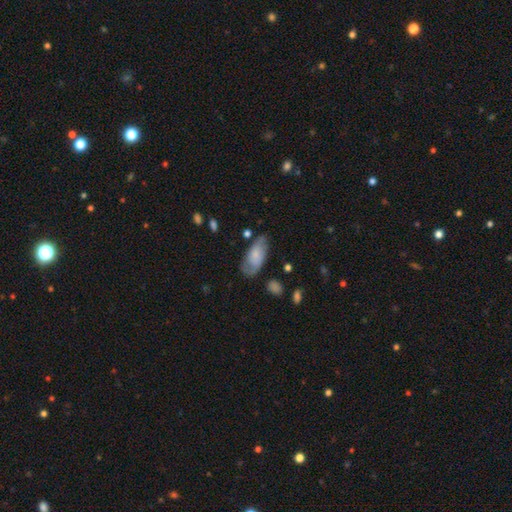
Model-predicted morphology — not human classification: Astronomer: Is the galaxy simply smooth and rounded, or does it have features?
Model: smooth — 63%.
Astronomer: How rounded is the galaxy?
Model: in between — 89%.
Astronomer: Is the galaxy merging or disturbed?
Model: none — 62%.